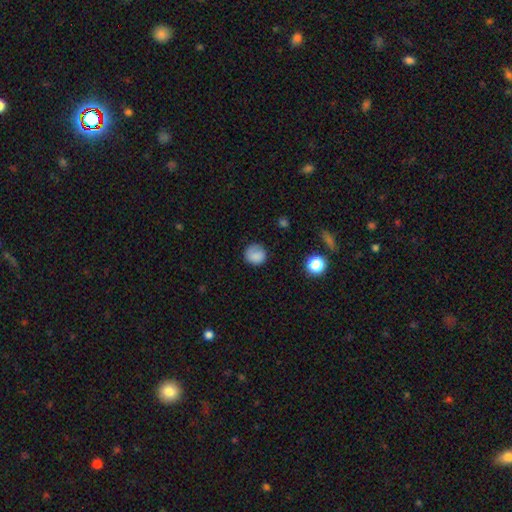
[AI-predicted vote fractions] Morphology: type=smooth (82%); roundness=round (87%); merging=none (74%).